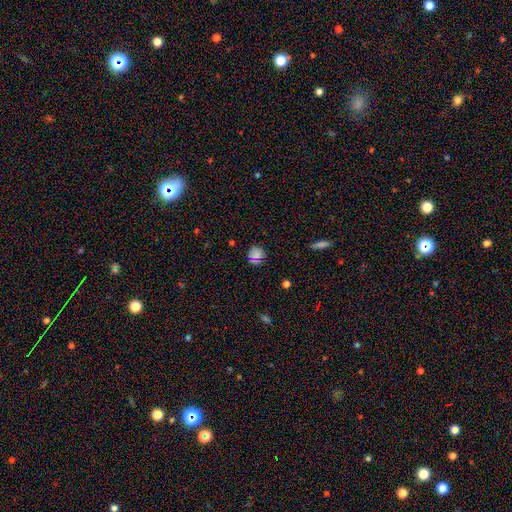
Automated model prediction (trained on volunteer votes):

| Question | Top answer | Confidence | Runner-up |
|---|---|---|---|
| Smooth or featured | smooth | 74% | star or artifact (19%) |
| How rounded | round | 90% | in between (9%) |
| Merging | none | 86% | minor disturbance (10%) |